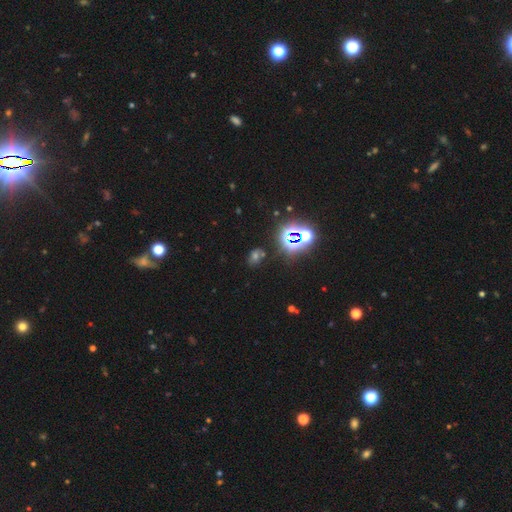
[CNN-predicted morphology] Q: Smooth or featured?
A: star or artifact (56%); runner-up: smooth (31%)